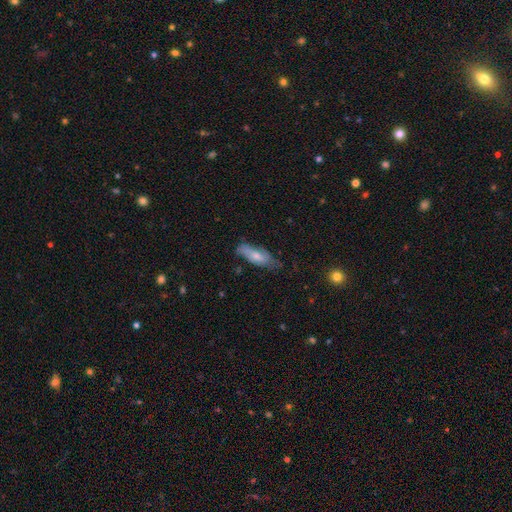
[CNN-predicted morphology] The model was most divided on "merging": none: 53%, minor disturbance: 33%, major disturbance: 12%, merger: 2%. More confident: how rounded — in between (63%); smooth or featured — smooth (59%).